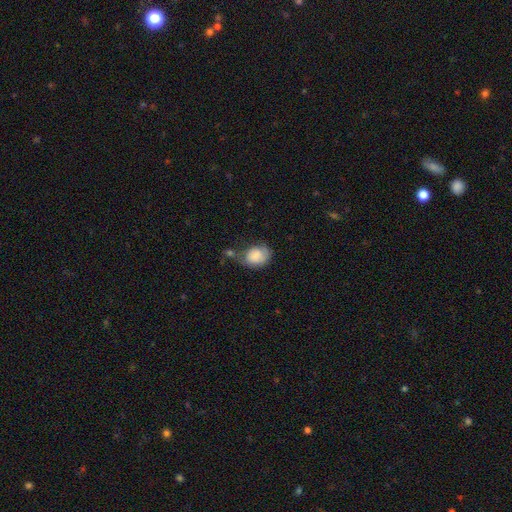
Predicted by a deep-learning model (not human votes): smooth-or-featured: smooth: 77% | featured or disk: 15% | star or artifact: 7%
  how-rounded: in between: 60% | round: 39% | cigar-shaped: 1%
  merging: none: 36% | minor disturbance: 29% | merger: 19% | major disturbance: 16%